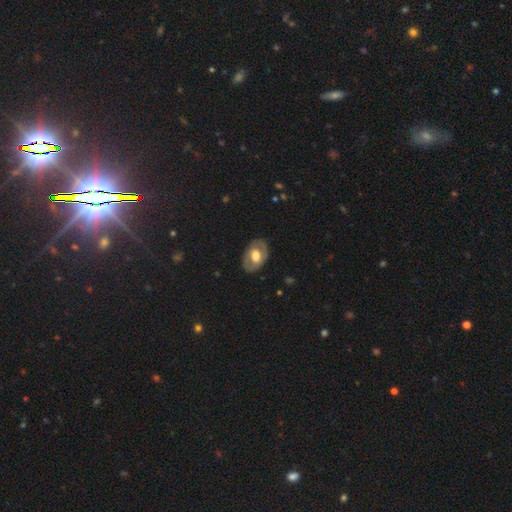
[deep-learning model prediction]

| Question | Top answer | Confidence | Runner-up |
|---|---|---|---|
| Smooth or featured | featured or disk | 51% | smooth (43%) |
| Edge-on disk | no | 91% | yes (9%) |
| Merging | none | 80% | minor disturbance (14%) |